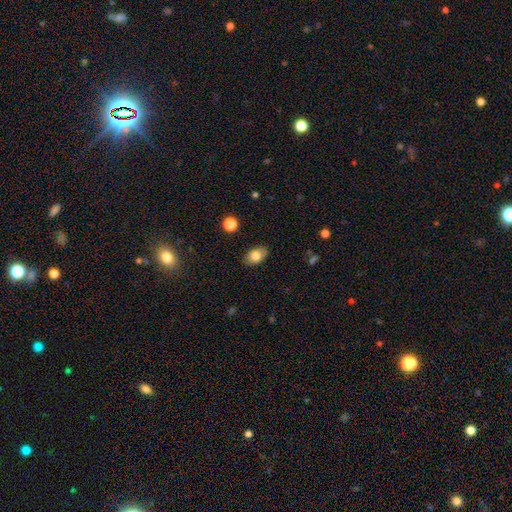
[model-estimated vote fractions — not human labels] The model was most divided on "smooth or featured": smooth: 81%, featured or disk: 11%, star or artifact: 8%. More confident: how rounded — in between (88%); merging — none (85%).